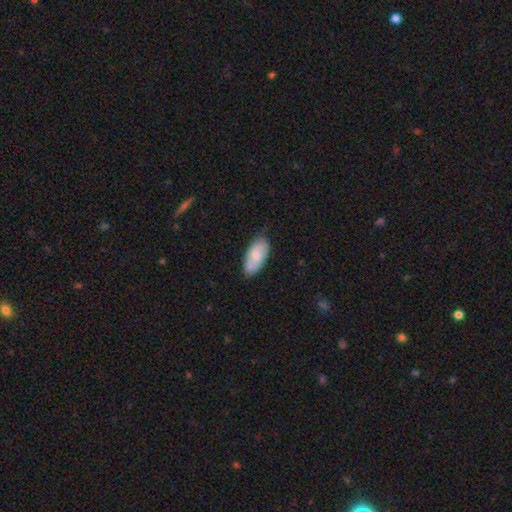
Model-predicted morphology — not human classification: smooth_or_featured: smooth (p=0.65) [alt: featured or disk p=0.30]
how_rounded: in between (p=0.91) [alt: cigar-shaped p=0.07]
merging: none (p=0.72) [alt: minor disturbance p=0.22]